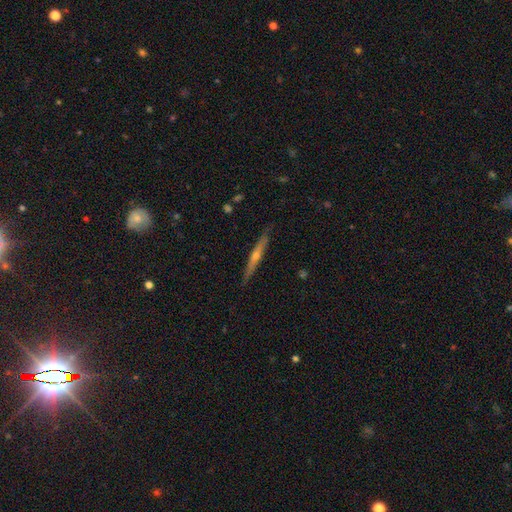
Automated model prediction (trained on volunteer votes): featured or disk 73%, smooth 20%, star or artifact 7%. Down the decision tree: edge-on disk — yes (97%); edge-on bulge — rounded (81%); merging — none (89%).